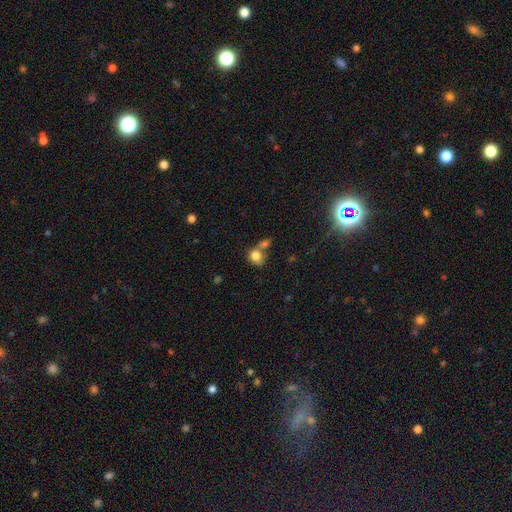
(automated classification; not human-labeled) Morphology: type=smooth (80%); roundness=round (55%); merging=merger (43%).